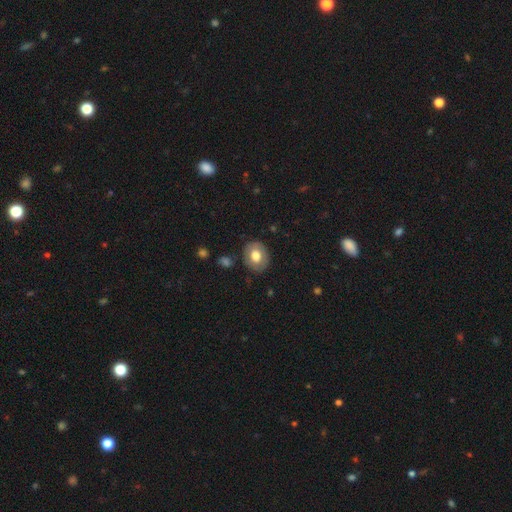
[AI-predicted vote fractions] Overall: smooth (67%). How rounded: round (52%; in between 47%). Merging: none (82%).